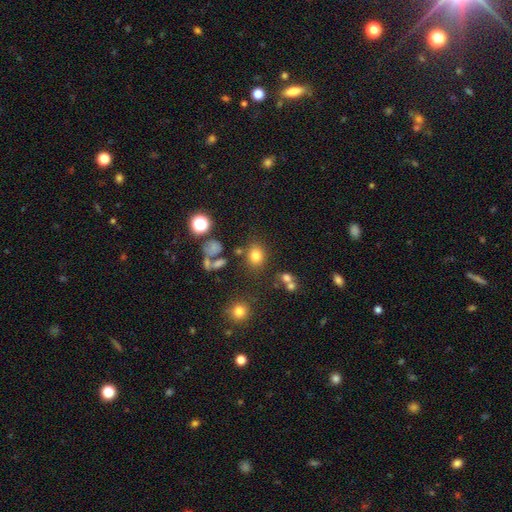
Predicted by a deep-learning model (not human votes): Smooth or featured? Predicted: smooth (p=0.77). How rounded? Predicted: round (p=0.61). Merging? Predicted: none (p=0.77).